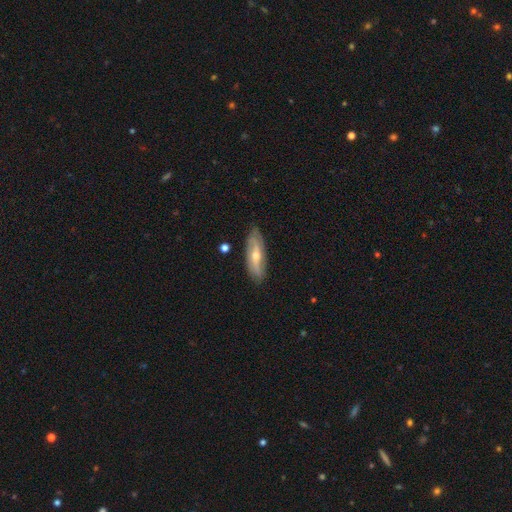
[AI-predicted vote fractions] smooth-or-featured: featured or disk: 62% | smooth: 32% | star or artifact: 6%
  disk-edge-on: no: 71% | yes: 29%
  merging: none: 83% | minor disturbance: 13% | major disturbance: 3% | merger: 2%